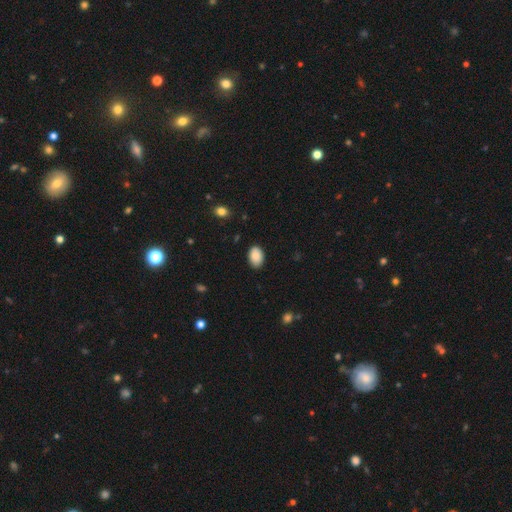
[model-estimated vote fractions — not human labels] This is clearly a smooth galaxy (89%). How rounded: clearly in between (88%). Merging: clearly none (85%).